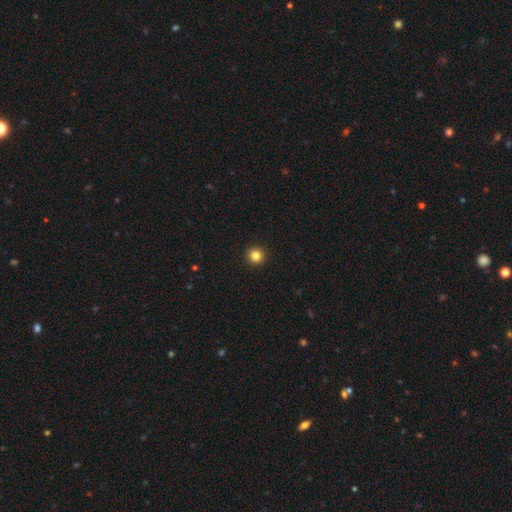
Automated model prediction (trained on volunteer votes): Smooth or featured? smooth (83%)
How rounded? round (96%)
Merging? none (94%)